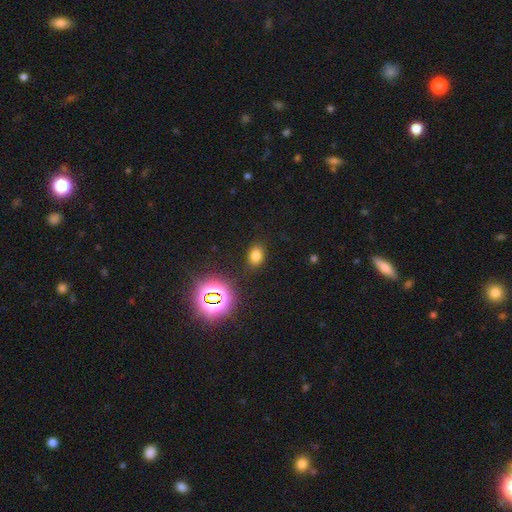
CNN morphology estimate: Smooth or featured: smooth — 72% (star or artifact — 21%)
How rounded: in between — 73% (round — 26%)
Merging: none — 84% (minor disturbance — 11%)